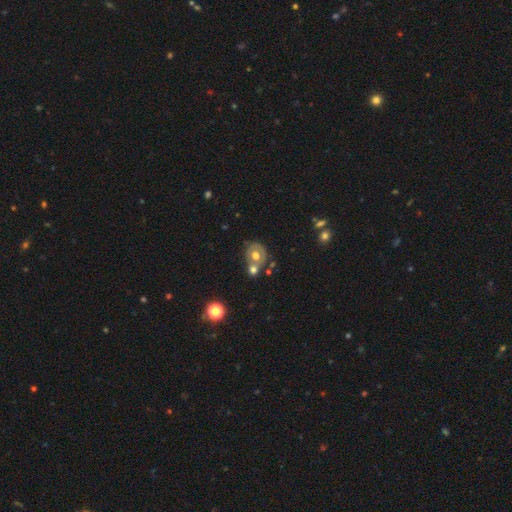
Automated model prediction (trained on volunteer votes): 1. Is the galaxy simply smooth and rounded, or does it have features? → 48% featured or disk, 43% smooth, 9% star or artifact.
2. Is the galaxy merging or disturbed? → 41% merger, 38% none, 13% minor disturbance, 7% major disturbance.